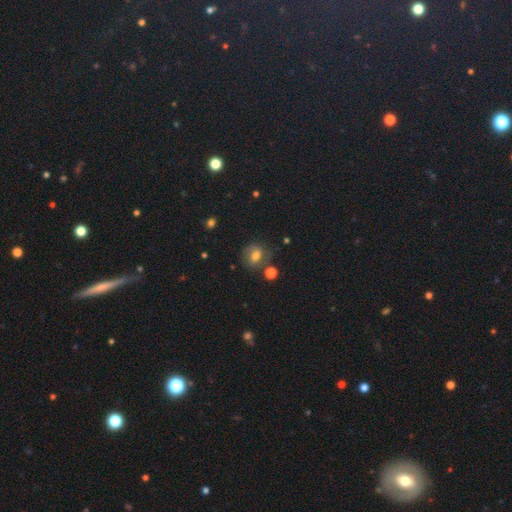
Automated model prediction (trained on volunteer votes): Morphology: type=smooth (58%); roundness=round (64%); merging=none (69%).